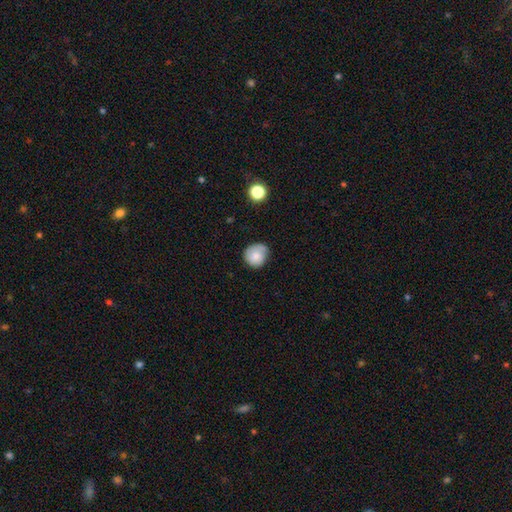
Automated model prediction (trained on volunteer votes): smooth-or-featured: smooth: 77% | featured or disk: 15% | star or artifact: 8%
  how-rounded: round: 82% | in between: 17% | cigar-shaped: 1%
  merging: none: 59% | minor disturbance: 30% | major disturbance: 8% | merger: 3%